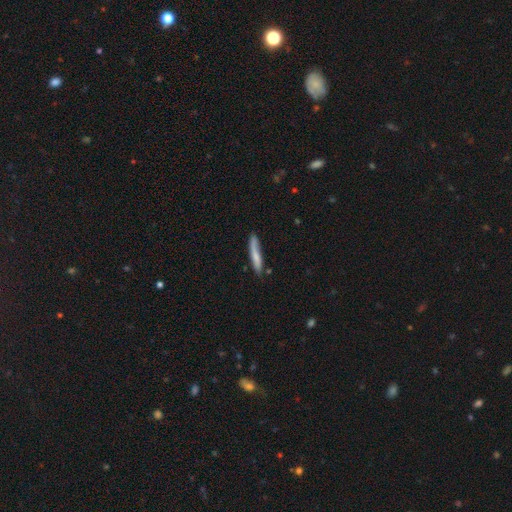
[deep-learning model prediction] Smooth or featured: smooth — 70% (featured or disk — 25%)
How rounded: cigar-shaped — 91% (in between — 8%)
Merging: none — 71% (minor disturbance — 21%)